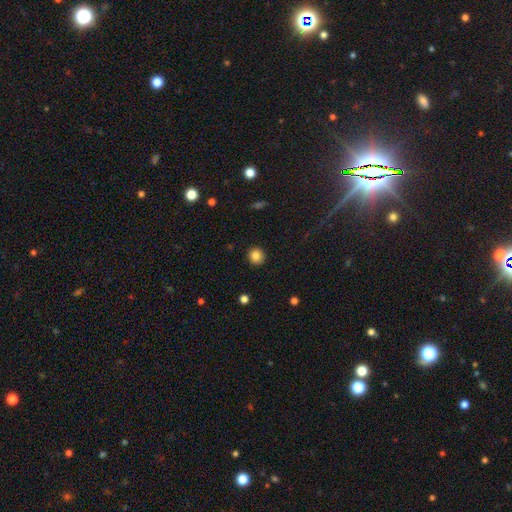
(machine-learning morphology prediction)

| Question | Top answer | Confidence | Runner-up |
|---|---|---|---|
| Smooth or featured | smooth | 84% | star or artifact (10%) |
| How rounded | round | 91% | in between (8%) |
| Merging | none | 92% | minor disturbance (5%) |